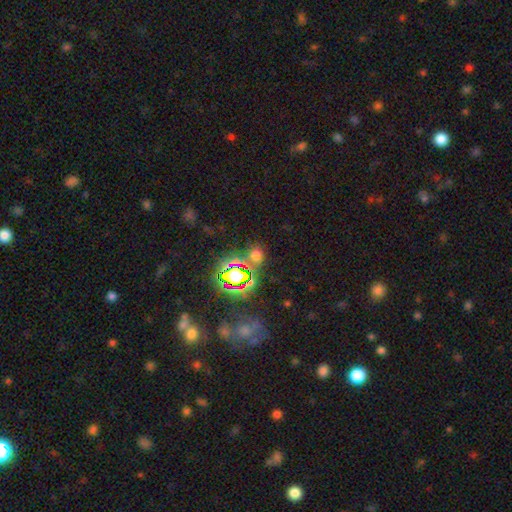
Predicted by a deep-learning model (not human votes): Smooth or featured: star or artifact — 51% (smooth — 40%)